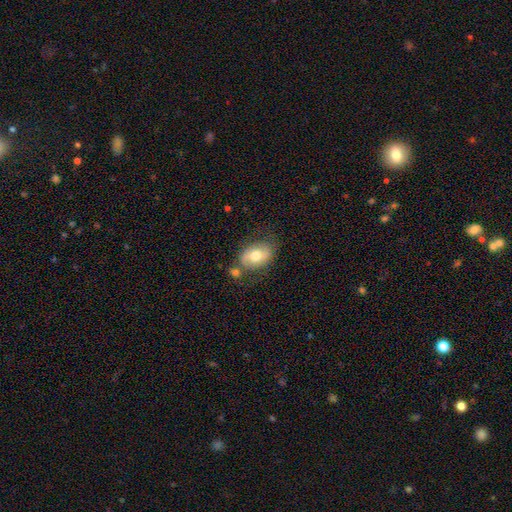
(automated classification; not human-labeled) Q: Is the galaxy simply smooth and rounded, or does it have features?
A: smooth — 61%.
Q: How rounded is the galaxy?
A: in between — 82%.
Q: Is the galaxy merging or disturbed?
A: none — 63%.